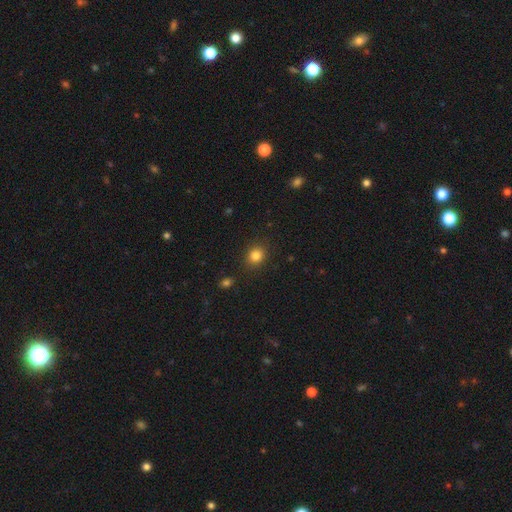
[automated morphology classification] A smooth galaxy with no disk features (83%) that is round (68%).

Vote fractions:
- Smooth or featured? smooth: 83% / star or artifact: 12% / featured or disk: 5%
- How rounded? round: 68% / in between: 31% / cigar-shaped: 1%
- Merging? none: 88% / minor disturbance: 8% / major disturbance: 3% / merger: 2%